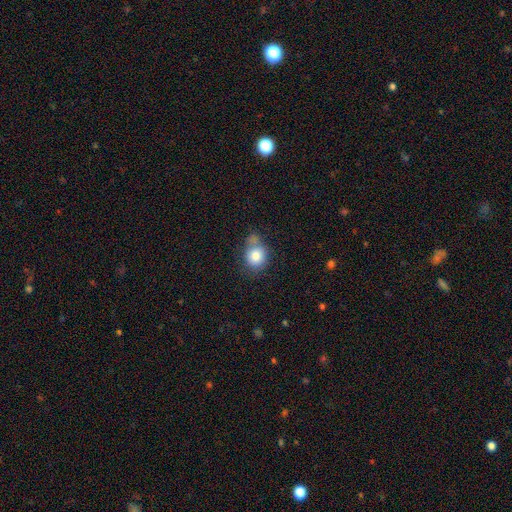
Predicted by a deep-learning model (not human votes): The model was most divided on "how rounded": round: 61%, in between: 38%, cigar-shaped: 1%. Remaining: smooth or featured — smooth (79%); merging — none (47%).